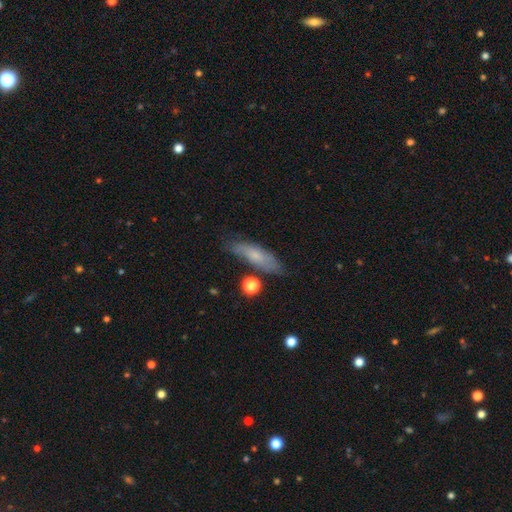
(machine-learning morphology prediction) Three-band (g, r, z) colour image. It shows a smooth galaxy with no disk features (63%) that is cigar-shaped (52%). Merging: none (68%).